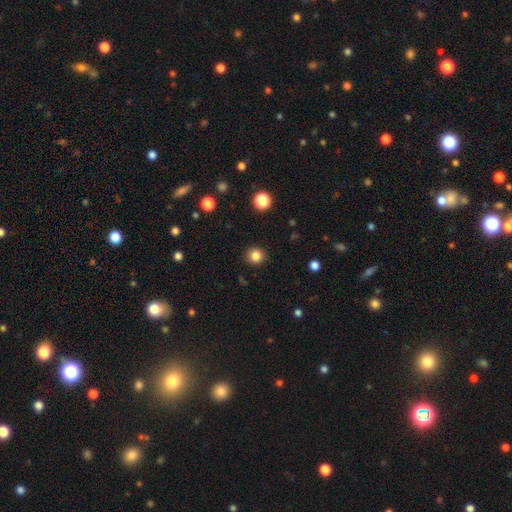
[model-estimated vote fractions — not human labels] This appears to be a smooth galaxy with no disk features (84%) that is round (90%). Merging: none (91%).